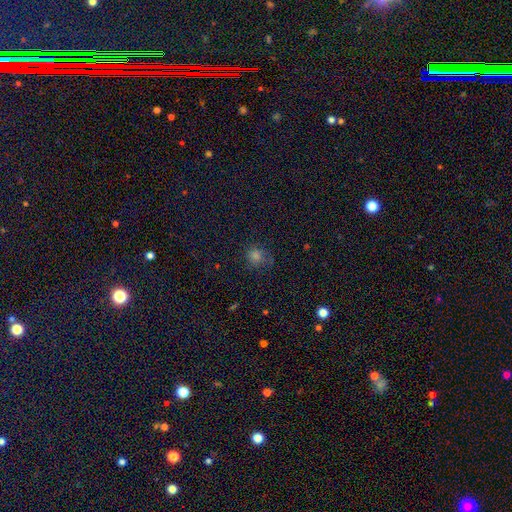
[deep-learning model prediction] This is likely a smooth galaxy (67%). How rounded: clearly round (84%). Merging: likely none (71%).